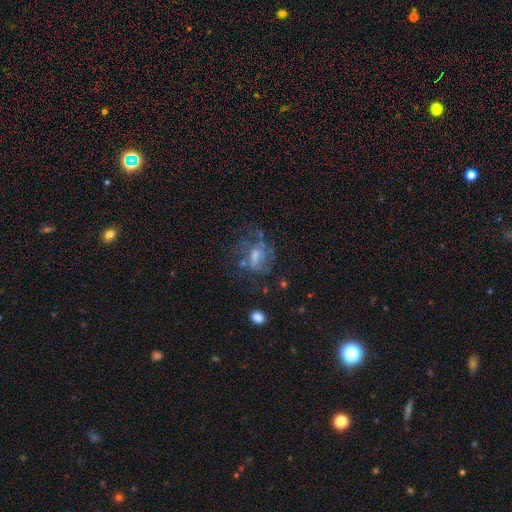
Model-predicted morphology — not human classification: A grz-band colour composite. It shows a featured or disk galaxy (53%) with no bar (56%), no spiral arms (55%) and a small central bulge (35%). Merging: none (46%).